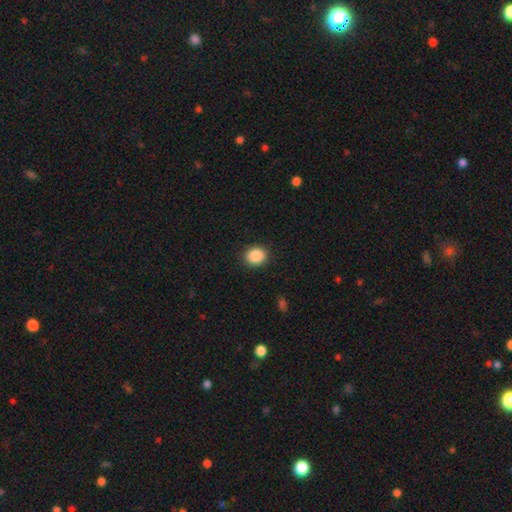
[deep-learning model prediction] smooth_or_featured: smooth (p=0.88) [alt: star or artifact p=0.08]
how_rounded: round (p=0.63) [alt: in between p=0.36]
merging: none (p=0.90) [alt: minor disturbance p=0.07]